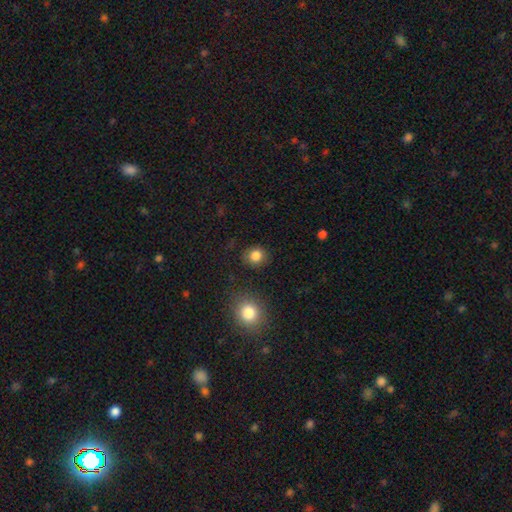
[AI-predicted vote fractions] Smooth or featured? Predicted: smooth (p=0.84). How rounded? Predicted: round (p=0.82). Merging? Predicted: none (p=0.86).